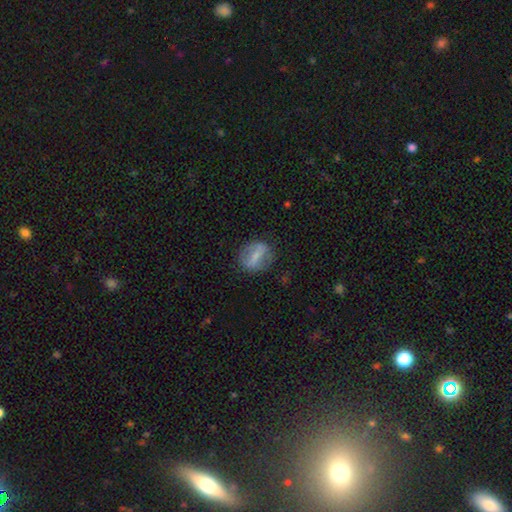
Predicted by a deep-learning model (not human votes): Smooth or featured? Predicted: featured or disk (p=0.46, tied with smooth). Merging? Predicted: none (p=0.77).